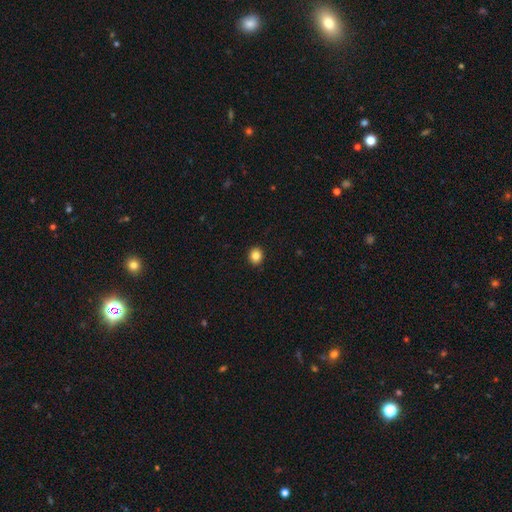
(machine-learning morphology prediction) Smooth or featured? Predicted: smooth (p=0.85). How rounded? Predicted: round (p=0.75). Merging? Predicted: none (p=0.92).